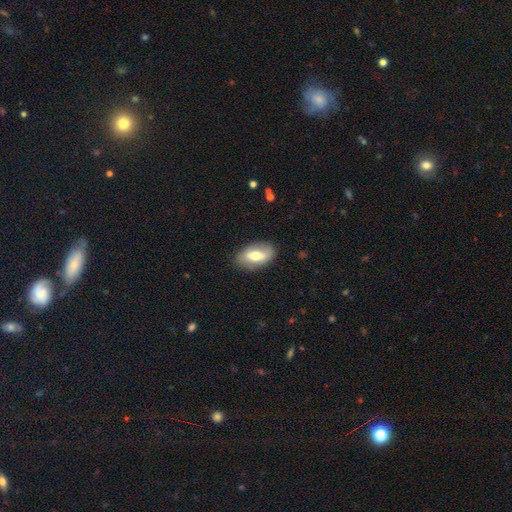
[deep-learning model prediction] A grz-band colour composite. It shows a smooth galaxy with no disk features (49%). Merging: none (84%).